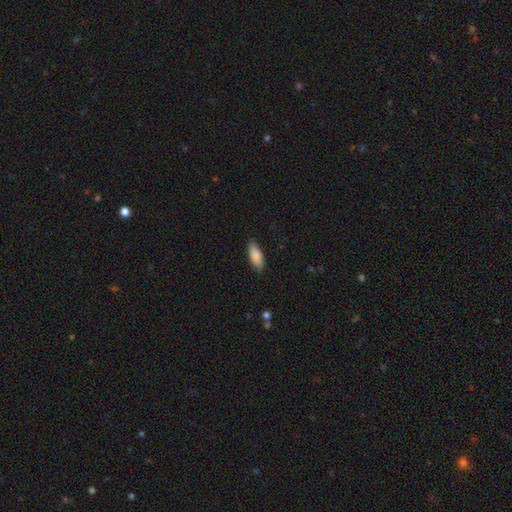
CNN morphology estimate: smooth_or_featured: smooth (p=0.88) [alt: featured or disk p=0.06]
how_rounded: in between (p=0.79) [alt: cigar-shaped p=0.19]
merging: none (p=0.86) [alt: minor disturbance p=0.11]